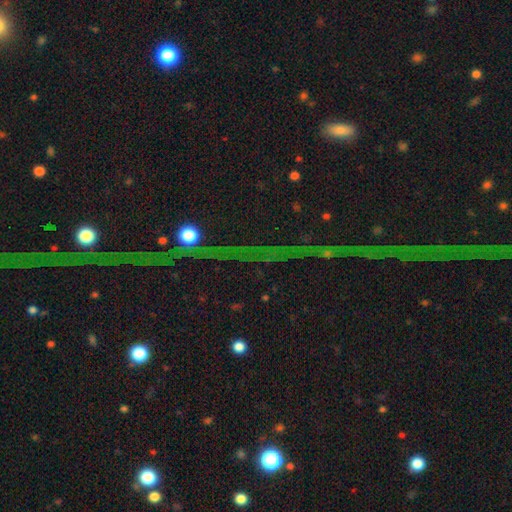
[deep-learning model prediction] Smooth or featured? Predicted: star or artifact (p=0.75).